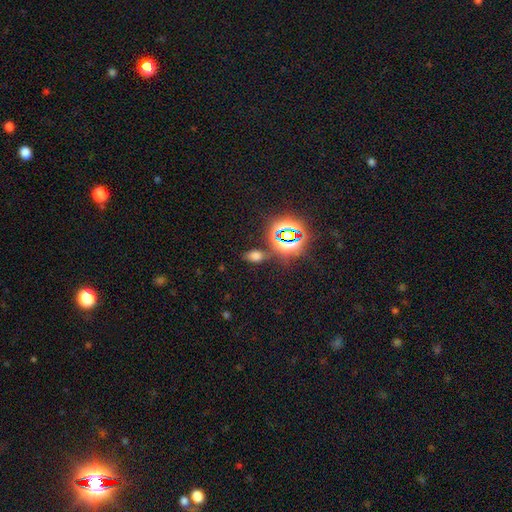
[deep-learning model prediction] Morphology: type=smooth (55%); roundness=in between (86%); merging=none (76%).